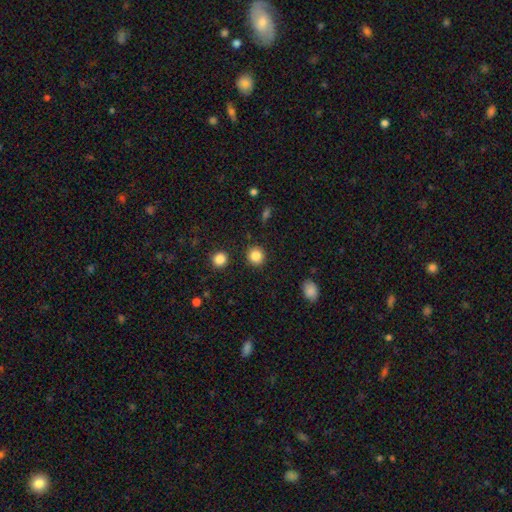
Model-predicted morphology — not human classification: Smooth or featured: smooth — 85% (star or artifact — 10%)
How rounded: round — 91% (in between — 8%)
Merging: none — 90% (minor disturbance — 6%)